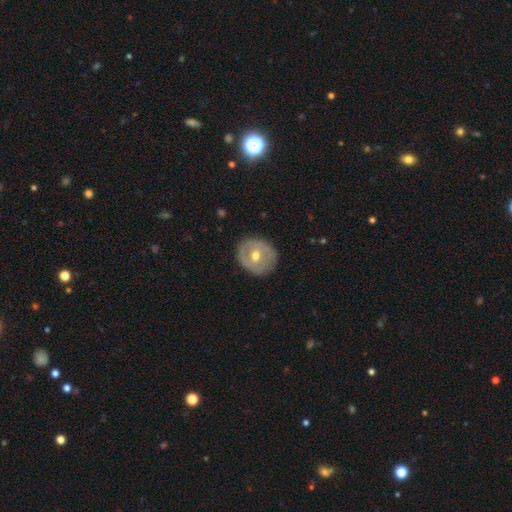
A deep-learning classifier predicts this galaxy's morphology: type=featured or disk (55%); edge-on=no (94%); bar=no (60%); spiral arms=no (72%); bulge=moderate (77%); merging=none (82%).